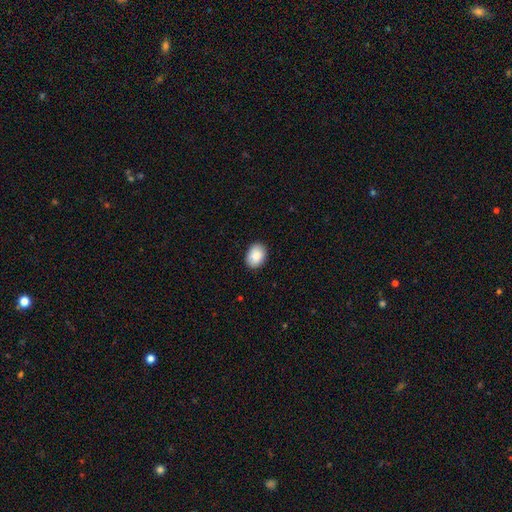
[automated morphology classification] A smooth galaxy with no disk features (90%) that is in between round and cigar-shaped (74%). Merging: none (87%).